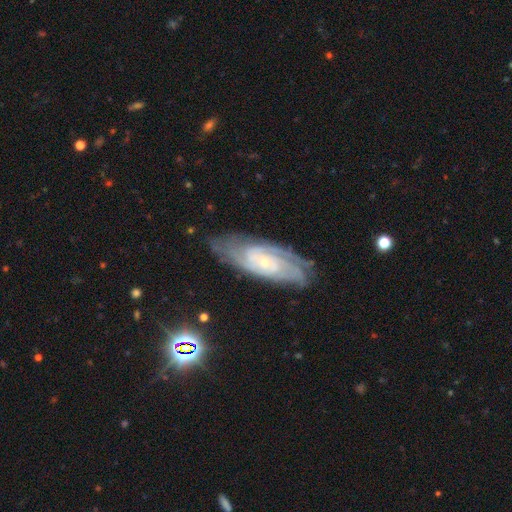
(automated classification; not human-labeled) Q: Smooth or featured?
A: featured or disk (87%); runner-up: smooth (8%)
Q: Edge-on disk?
A: no (92%); runner-up: yes (8%)
Q: Bar?
A: no (71%); runner-up: weak (23%)
Q: Spiral arms?
A: yes (97%); runner-up: no (3%)
Q: Spiral winding?
A: tight (72%); runner-up: medium (24%)
Q: Spiral arm count?
A: can't tell (28%); runner-up: 2 (23%)
Q: Bulge size?
A: small (76%); runner-up: moderate (19%)
Q: Merging?
A: none (75%); runner-up: minor disturbance (18%)